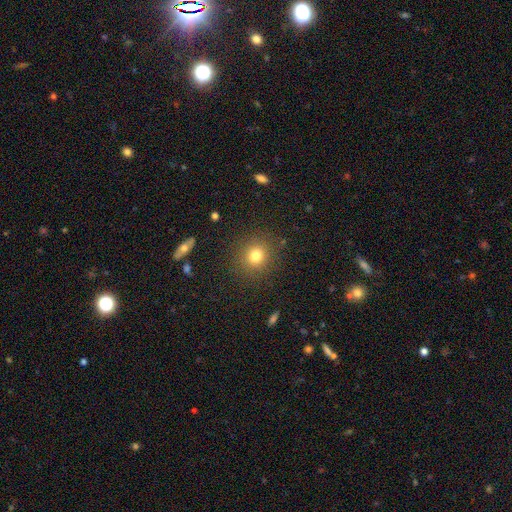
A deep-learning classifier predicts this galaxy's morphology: This is likely a smooth galaxy (78%). How rounded: clearly round (88%). Merging: clearly none (88%).